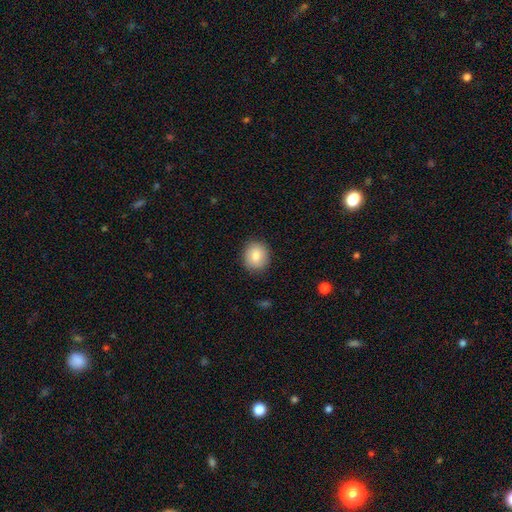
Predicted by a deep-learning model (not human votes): A smooth galaxy with no disk features (82%) that is round (80%). Merging: none (88%).